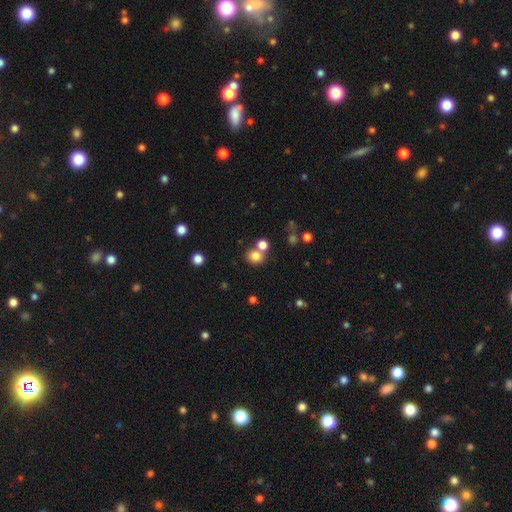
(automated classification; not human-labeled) smooth 79%, star or artifact 14%, featured or disk 7%. Down the decision tree: how rounded — round (78%); merging — none (59%).